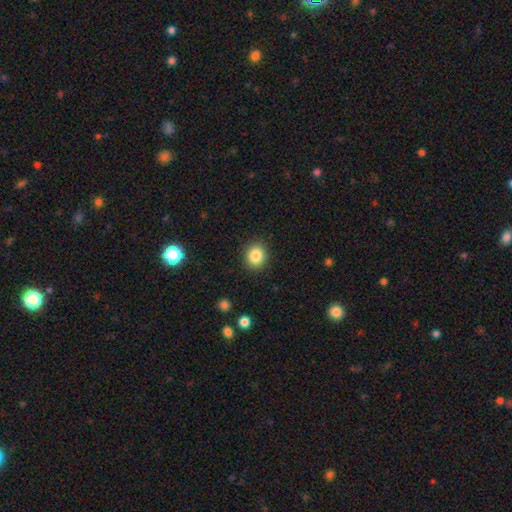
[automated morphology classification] type=smooth (85%); roundness=round (75%); merging=none (89%).